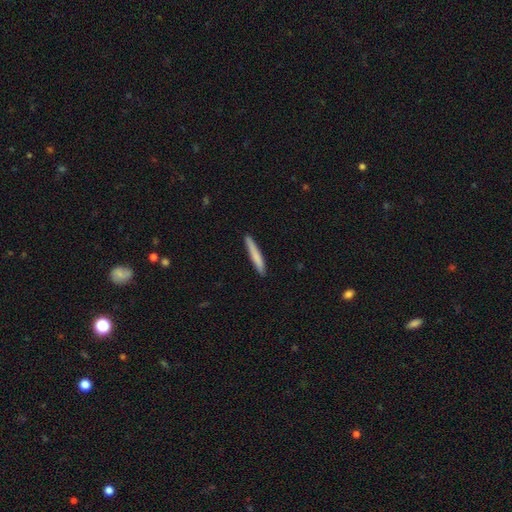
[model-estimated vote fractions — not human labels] A smooth galaxy with no disk features (77%) that is cigar-shaped (96%).

Vote fractions:
- Smooth or featured? smooth: 77% / featured or disk: 17% / star or artifact: 5%
- How rounded? cigar-shaped: 96% / in between: 3% / round: 1%
- Merging? none: 90% / minor disturbance: 8% / major disturbance: 1% / merger: 1%